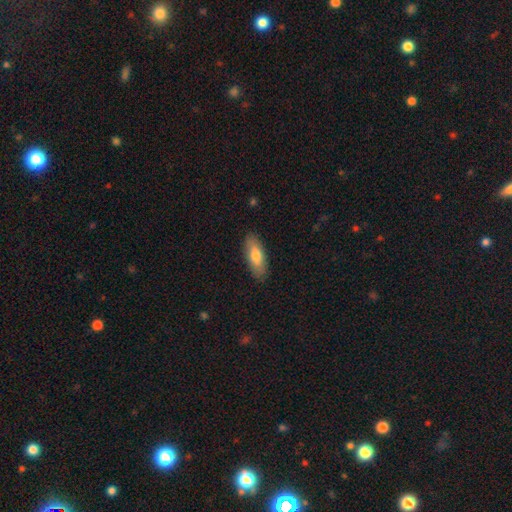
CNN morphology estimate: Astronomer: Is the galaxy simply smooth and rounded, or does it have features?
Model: smooth — 74%.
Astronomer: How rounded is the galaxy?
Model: in between — 71%.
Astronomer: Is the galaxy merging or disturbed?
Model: none — 87%.